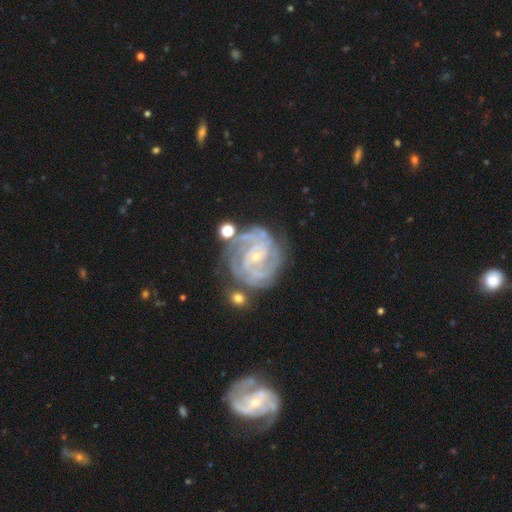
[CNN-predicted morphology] Q: Smooth or featured?
A: featured or disk (90%); runner-up: star or artifact (6%)
Q: Edge-on disk?
A: no (98%); runner-up: yes (2%)
Q: Bar?
A: no (49%); runner-up: weak (36%)
Q: Spiral arms?
A: yes (98%); runner-up: no (2%)
Q: Spiral winding?
A: tight (72%); runner-up: medium (24%)
Q: Spiral arm count?
A: 2 (27%); runner-up: 3 (26%)
Q: Bulge size?
A: small (81%); runner-up: moderate (15%)
Q: Merging?
A: none (65%); runner-up: minor disturbance (19%)